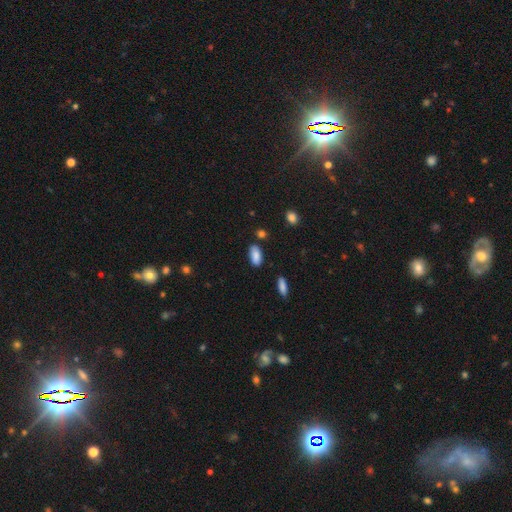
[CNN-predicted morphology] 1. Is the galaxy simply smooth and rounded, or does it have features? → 87% smooth, 7% star or artifact, 6% featured or disk.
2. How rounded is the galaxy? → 89% in between, 8% cigar-shaped, 3% round.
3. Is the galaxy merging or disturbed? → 81% none, 13% minor disturbance, 4% merger, 3% major disturbance.